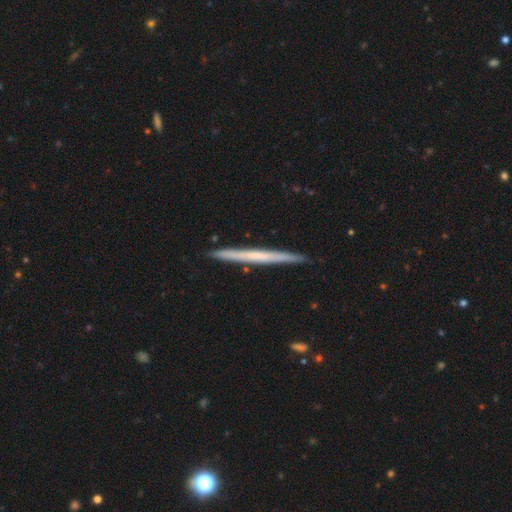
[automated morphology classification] Smooth or featured? featured or disk (52%)
Edge-on disk? yes (97%)
Edge-on bulge? none (86%)
Merging? none (91%)